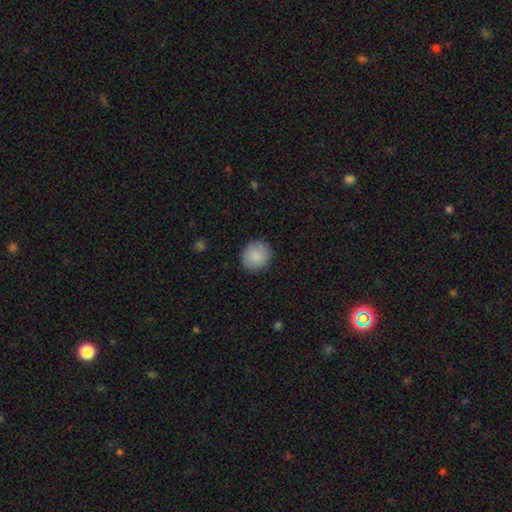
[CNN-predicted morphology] smooth_or_featured: smooth (p=0.89) [alt: star or artifact p=0.07]
how_rounded: round (p=0.87) [alt: in between p=0.12]
merging: none (p=0.90) [alt: minor disturbance p=0.07]